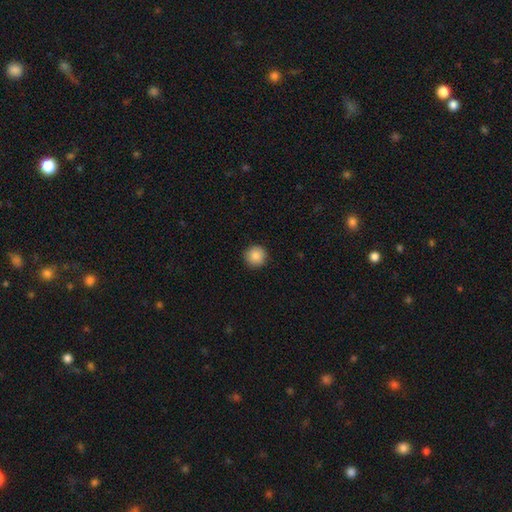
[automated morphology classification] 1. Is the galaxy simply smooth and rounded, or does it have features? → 87% smooth, 9% star or artifact, 5% featured or disk.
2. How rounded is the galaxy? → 95% round, 4% in between, 1% cigar-shaped.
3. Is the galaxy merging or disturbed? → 91% none, 6% minor disturbance, 2% major disturbance, 1% merger.